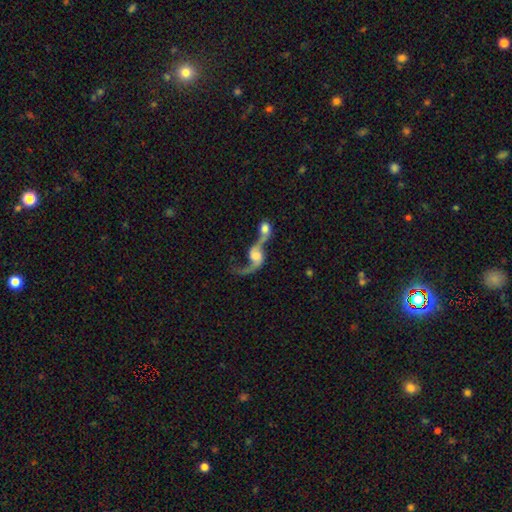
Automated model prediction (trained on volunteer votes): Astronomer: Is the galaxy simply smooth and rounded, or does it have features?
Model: featured or disk — 76%.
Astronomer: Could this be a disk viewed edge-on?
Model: no — 94%.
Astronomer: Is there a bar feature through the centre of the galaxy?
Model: no — 60%.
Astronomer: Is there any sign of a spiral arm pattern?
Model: yes — 89%.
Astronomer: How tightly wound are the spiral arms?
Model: loose — 88%.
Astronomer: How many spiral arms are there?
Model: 2 — 78%.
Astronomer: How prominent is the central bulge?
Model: moderate — 32% (runner-up: large, 30%).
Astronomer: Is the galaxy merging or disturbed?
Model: merger — 71%.